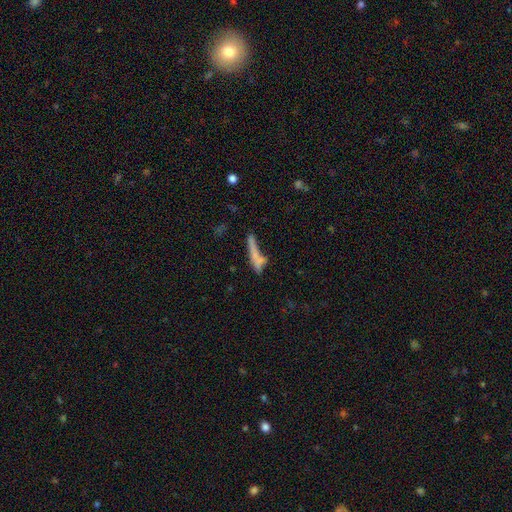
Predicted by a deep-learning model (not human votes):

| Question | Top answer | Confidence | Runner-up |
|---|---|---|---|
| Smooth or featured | smooth | 56% | featured or disk (33%) |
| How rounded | cigar-shaped | 87% | in between (10%) |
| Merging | none | 49% | merger (23%) |